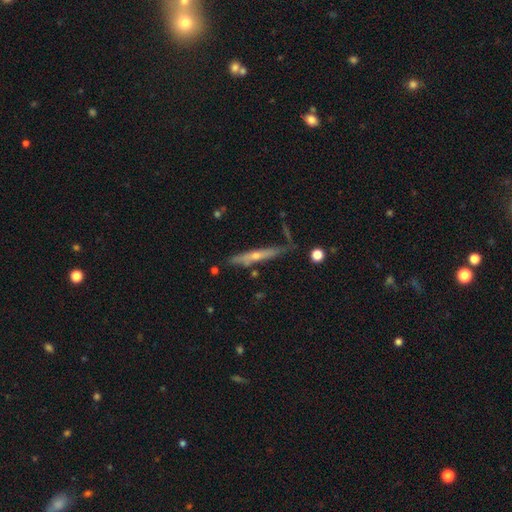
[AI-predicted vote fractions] Smooth or featured? featured or disk (62%)
Edge-on disk? yes (88%)
Edge-on bulge? rounded (66%)
Merging? none (68%)